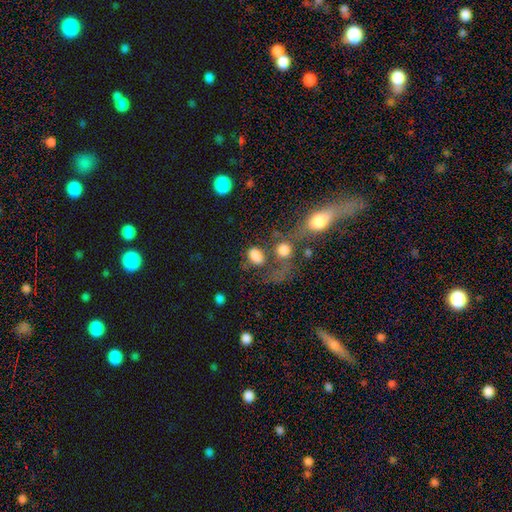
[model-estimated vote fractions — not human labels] Q: Smooth or featured?
A: smooth (81%); runner-up: star or artifact (10%)
Q: How rounded?
A: in between (78%); runner-up: round (21%)
Q: Merging?
A: none (47%); runner-up: merger (23%)